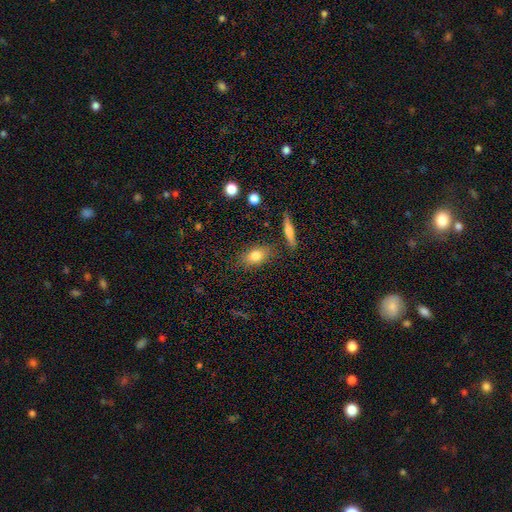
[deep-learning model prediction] Morphology: type=smooth (76%); roundness=in between (75%); merging=none (80%).